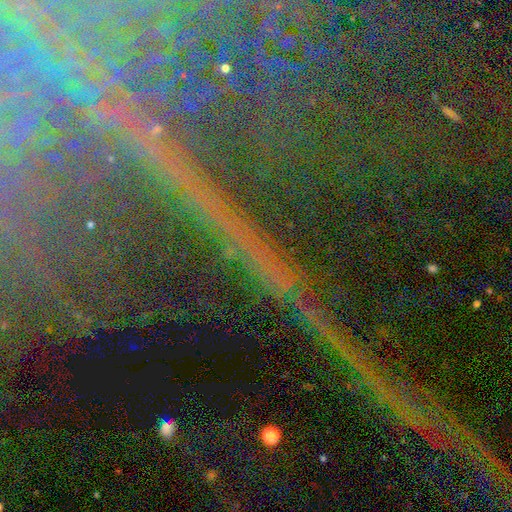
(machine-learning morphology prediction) This appears to be a star or artifact, not a galaxy (81%).